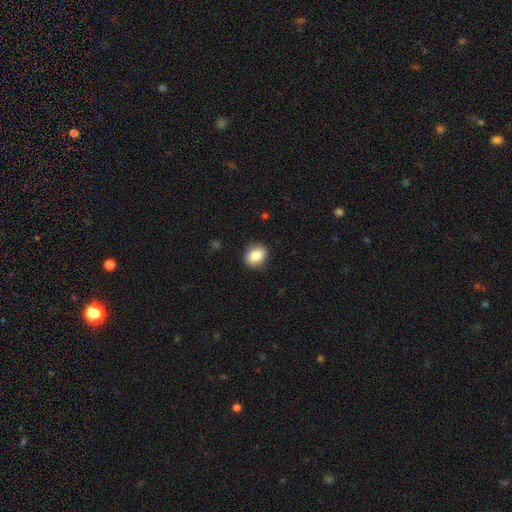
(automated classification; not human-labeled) Morphology: type=smooth (86%); roundness=round (52%); merging=none (87%).